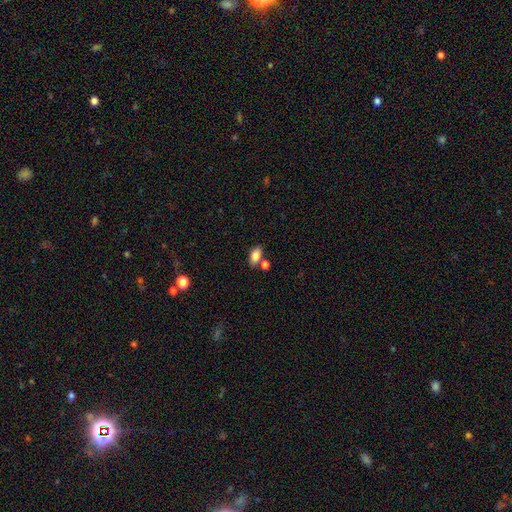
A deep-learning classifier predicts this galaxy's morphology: Smooth or featured? Predicted: smooth (p=0.81). How rounded? Predicted: in between (p=0.88). Merging? Predicted: none (p=0.69).